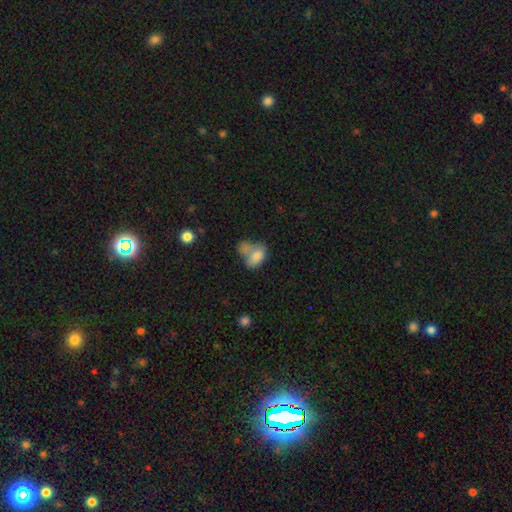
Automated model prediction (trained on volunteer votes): Smooth or featured? smooth (79%)
How rounded? in between (86%)
Merging? merger (54%)